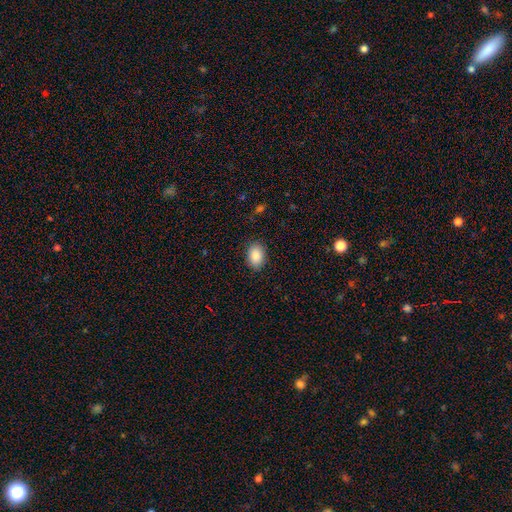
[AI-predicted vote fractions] Smooth or featured?
  - smooth: 89% *
  - star or artifact: 7%
  - featured or disk: 4%
How rounded?
  - in between: 82% *
  - round: 17%
  - cigar-shaped: 1%
Merging?
  - none: 87% *
  - minor disturbance: 9%
  - major disturbance: 2%
  - merger: 1%